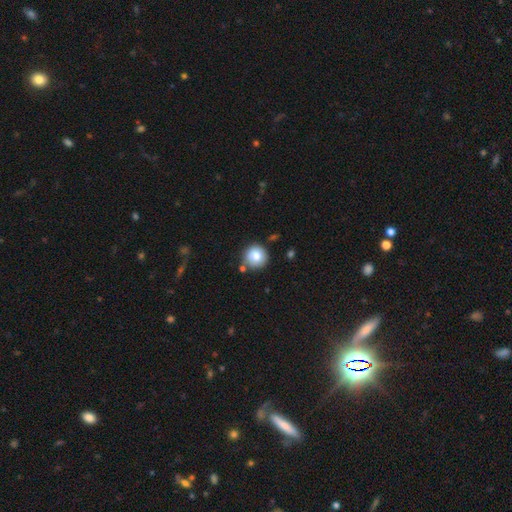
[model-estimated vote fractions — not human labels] Smooth or featured? smooth (82%)
How rounded? round (94%)
Merging? none (83%)